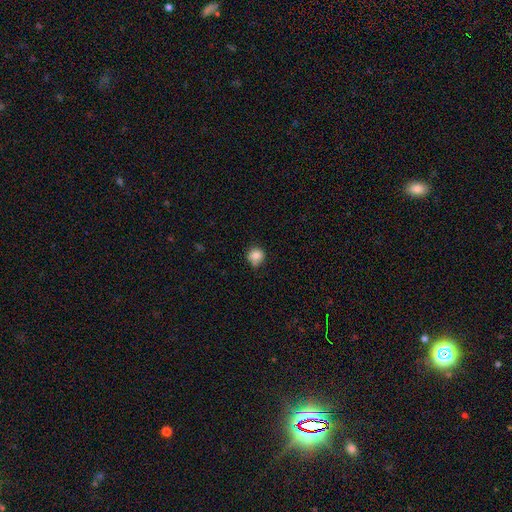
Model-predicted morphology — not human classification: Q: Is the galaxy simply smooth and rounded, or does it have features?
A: smooth — 84%.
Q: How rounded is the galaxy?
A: round — 85%.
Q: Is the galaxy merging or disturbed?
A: none — 65%.